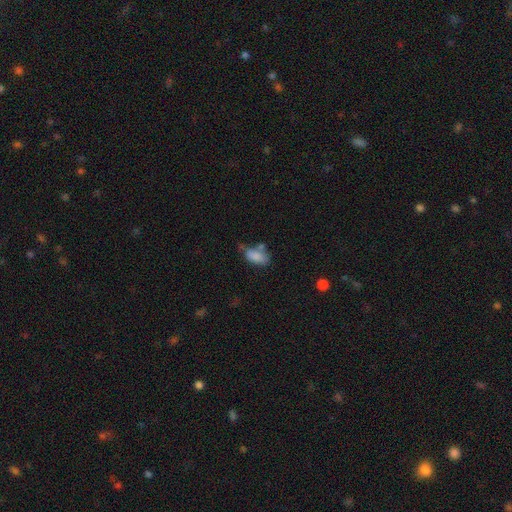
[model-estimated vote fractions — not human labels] smooth 82%, featured or disk 10%, star or artifact 8%. Down the decision tree: how rounded — in between (91%); merging — none (41%).